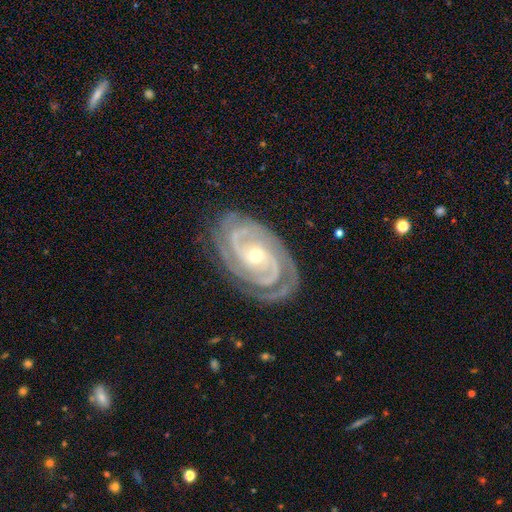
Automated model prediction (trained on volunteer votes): Overall: featured or disk (92%). Edge-on disk: no (97%). Bar: no (63%; weak 23%). Spiral arms: yes (99%). Spiral arm count: 2 (44%; 3 32%). Spiral winding: tight (79%). Bulge size: small (54%; moderate 44%). Merging: none (80%).